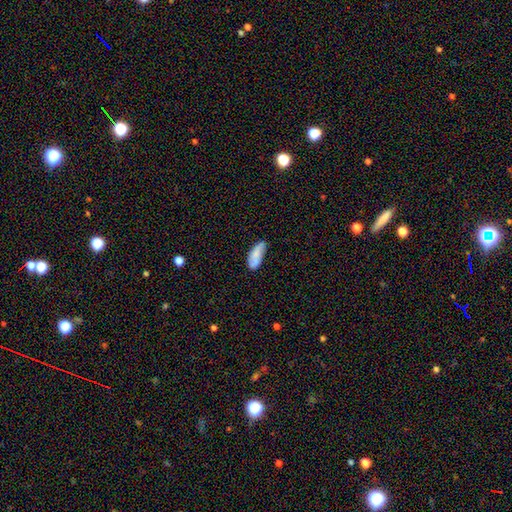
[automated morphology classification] The model was most divided on "merging": none: 64%, minor disturbance: 28%, major disturbance: 6%, merger: 3%. More confident: how rounded — in between (77%); smooth or featured — smooth (77%).